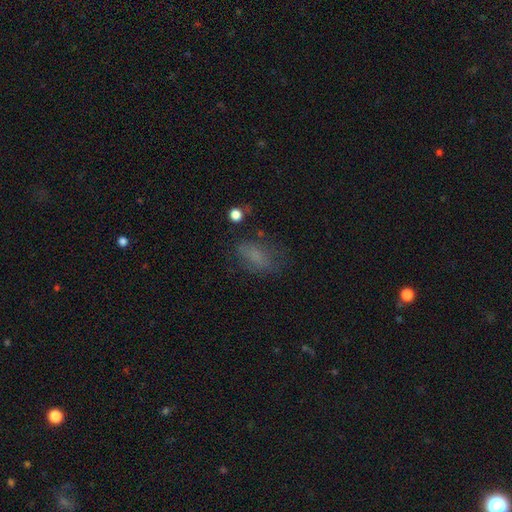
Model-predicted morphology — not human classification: The model was most divided on "merging": none: 58%, minor disturbance: 23%, major disturbance: 17%, merger: 3%. More confident: how rounded — in between (84%); smooth or featured — smooth (66%).